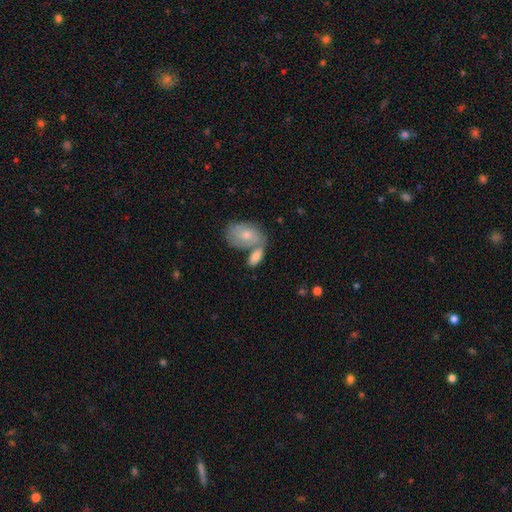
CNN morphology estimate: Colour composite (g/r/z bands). It shows a smooth galaxy with no disk features (74%) that is in between round and cigar-shaped (88%). Merging: merger (44%).